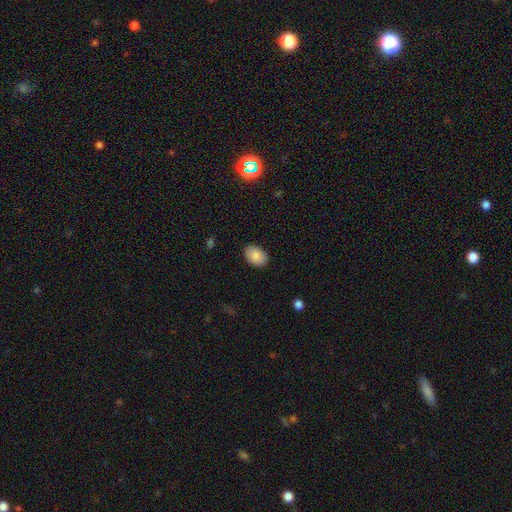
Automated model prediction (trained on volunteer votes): smooth_or_featured: smooth (p=0.88) [alt: star or artifact p=0.07]
how_rounded: in between (p=0.85) [alt: round p=0.14]
merging: none (p=0.88) [alt: minor disturbance p=0.09]